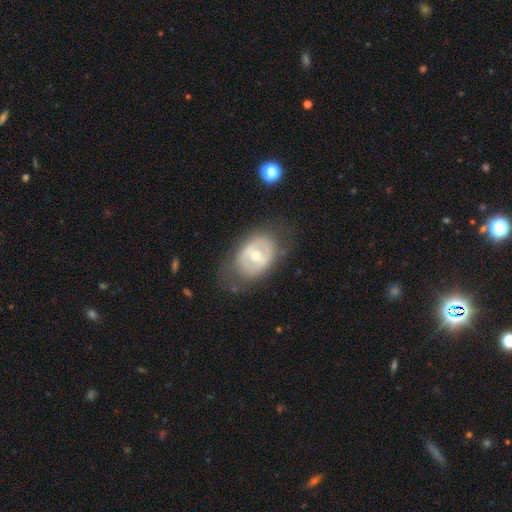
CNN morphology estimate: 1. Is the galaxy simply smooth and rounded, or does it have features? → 63% featured or disk, 31% smooth, 6% star or artifact.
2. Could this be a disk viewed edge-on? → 93% no, 7% yes.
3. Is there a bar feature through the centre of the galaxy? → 39% weak, 31% strong, 30% no.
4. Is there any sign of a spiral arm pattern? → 76% no, 24% yes.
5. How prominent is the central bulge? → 61% moderate, 33% small, 4% large, 1% none, 1% dominant.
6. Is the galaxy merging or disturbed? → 68% none, 19% minor disturbance, 11% major disturbance, 2% merger.